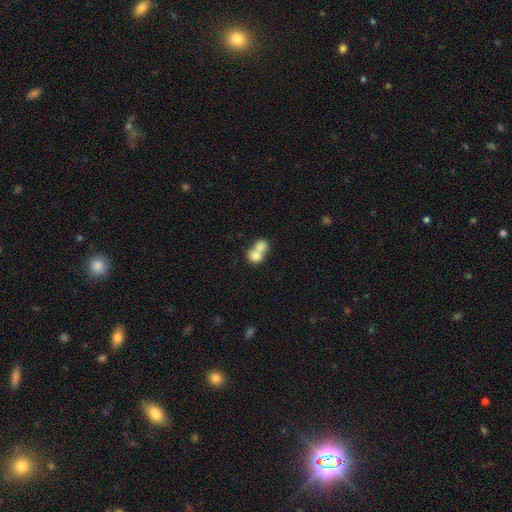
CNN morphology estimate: smooth 75%, featured or disk 17%, star or artifact 8%. Down the decision tree: how rounded — round (59%); merging — merger (74%).